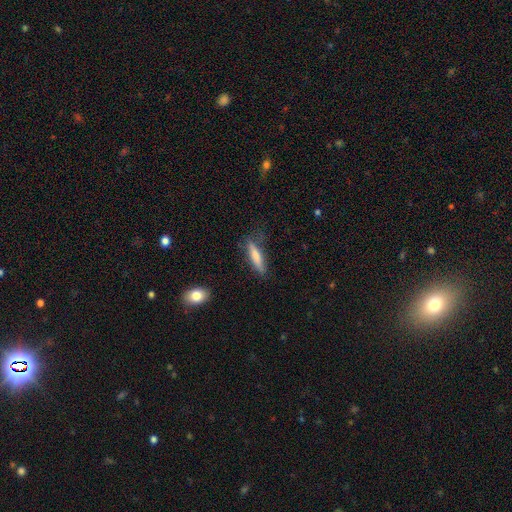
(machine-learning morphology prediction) Smooth or featured: smooth — 71% (featured or disk — 23%)
How rounded: cigar-shaped — 79% (in between — 19%)
Merging: none — 72% (minor disturbance — 20%)